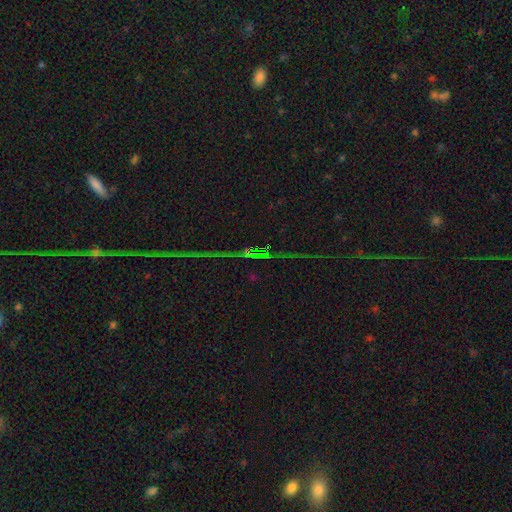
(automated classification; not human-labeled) star or artifact 79%, featured or disk 12%, smooth 9%.